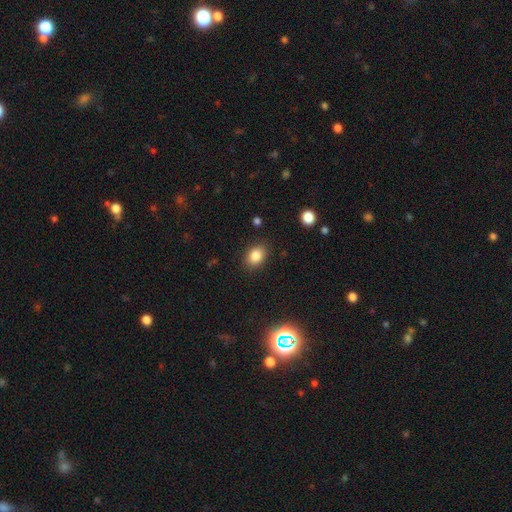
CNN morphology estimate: Smooth or featured?
  - smooth: 84% *
  - star or artifact: 10%
  - featured or disk: 6%
How rounded?
  - in between: 69% *
  - round: 30%
  - cigar-shaped: 1%
Merging?
  - none: 86% *
  - minor disturbance: 10%
  - major disturbance: 3%
  - merger: 1%